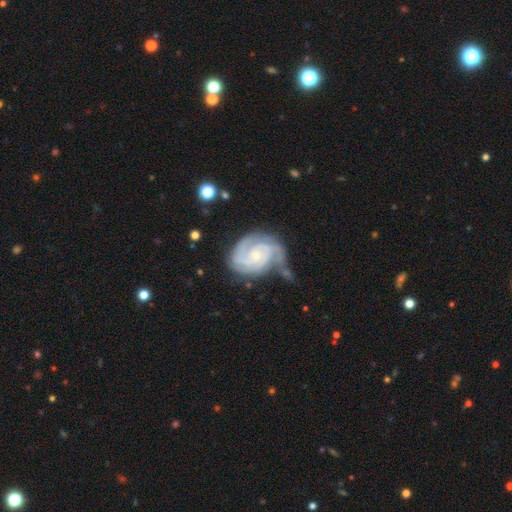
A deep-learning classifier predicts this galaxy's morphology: A featured or disk galaxy (88%) with no bar (68%), 2 (36%) tight (66%) spiral arms (97%) and a small central bulge (76%). Merging: none (49%).